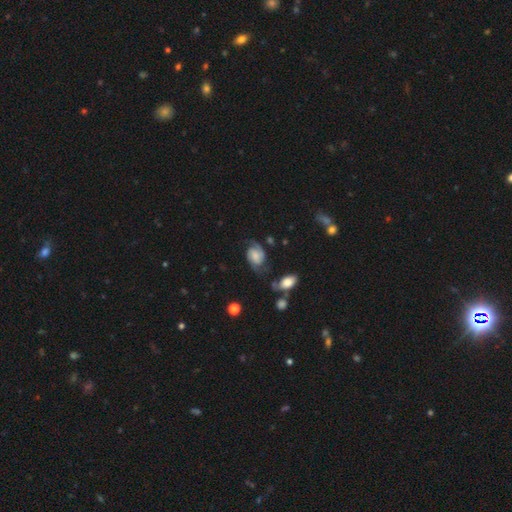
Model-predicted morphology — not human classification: Smooth or featured? featured or disk (70%)
Edge-on disk? no (97%)
Bar? no (56%)
Spiral arms? yes (93%)
Spiral winding? medium (47%)
Spiral arm count? 2 (88%)
Bulge size? none (27%)
Merging? none (57%)